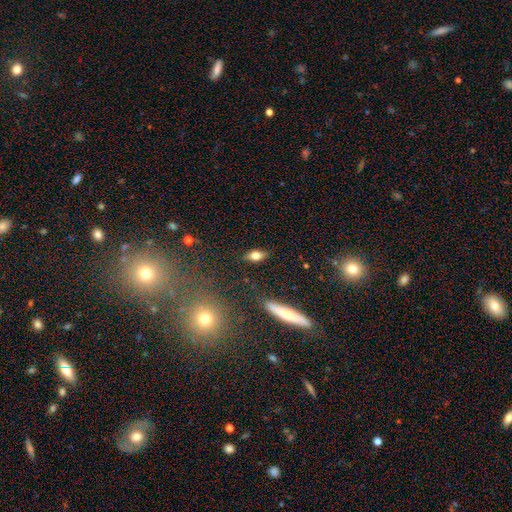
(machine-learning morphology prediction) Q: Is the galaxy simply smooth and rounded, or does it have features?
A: smooth — 69%.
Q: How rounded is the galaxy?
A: in between — 76%.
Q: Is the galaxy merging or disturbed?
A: none — 83%.